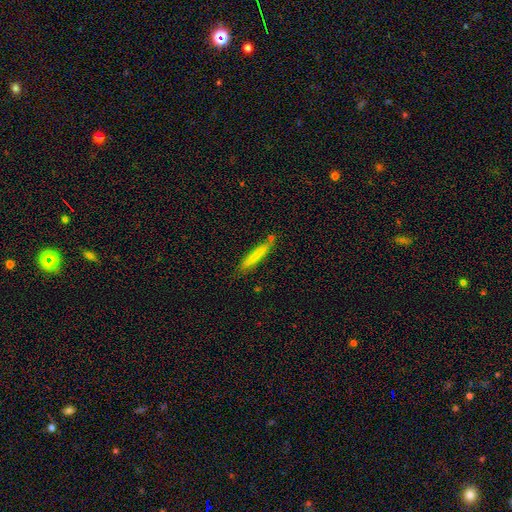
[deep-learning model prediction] A smooth galaxy with no disk features (75%) that is cigar-shaped (94%). Merging: none (77%).